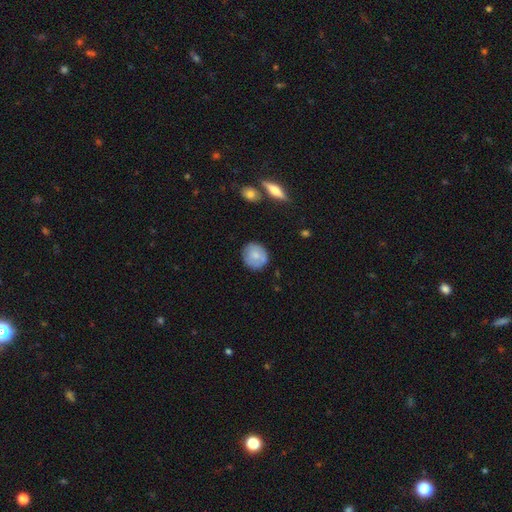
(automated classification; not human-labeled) smooth_or_featured: smooth (p=0.72) [alt: featured or disk p=0.21]
how_rounded: round (p=0.87) [alt: in between p=0.12]
merging: none (p=0.78) [alt: minor disturbance p=0.16]